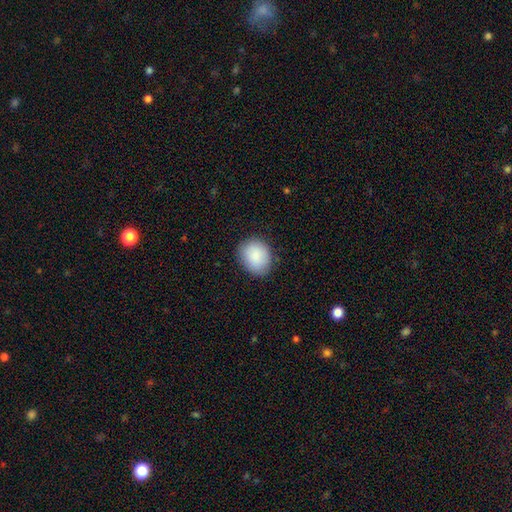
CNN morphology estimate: Smooth or featured: smooth — 88% (star or artifact — 7%)
How rounded: round — 60% (in between — 39%)
Merging: none — 83% (minor disturbance — 13%)